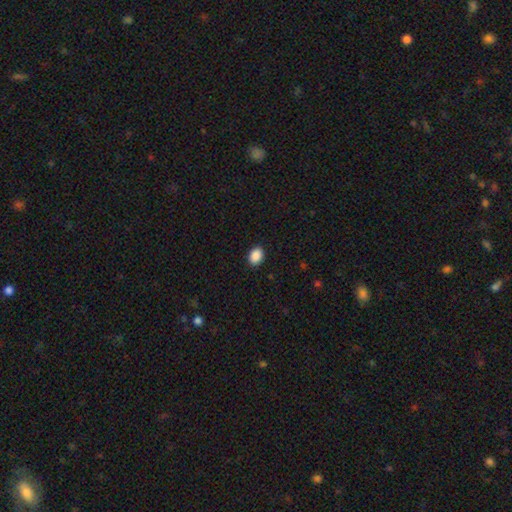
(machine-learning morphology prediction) This appears to be a smooth galaxy with no disk features (90%) that is in between round and cigar-shaped (68%). Merging: none (90%).